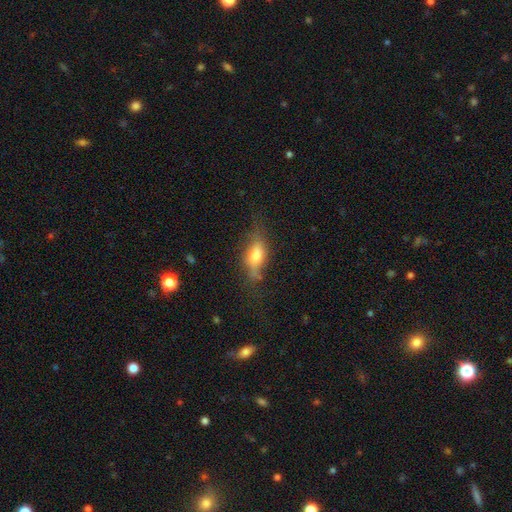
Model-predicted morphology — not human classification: smooth-or-featured: smooth: 61% | featured or disk: 29% | star or artifact: 10%
  how-rounded: in between: 72% | cigar-shaped: 23% | round: 5%
  merging: none: 55% | minor disturbance: 28% | major disturbance: 14% | merger: 3%